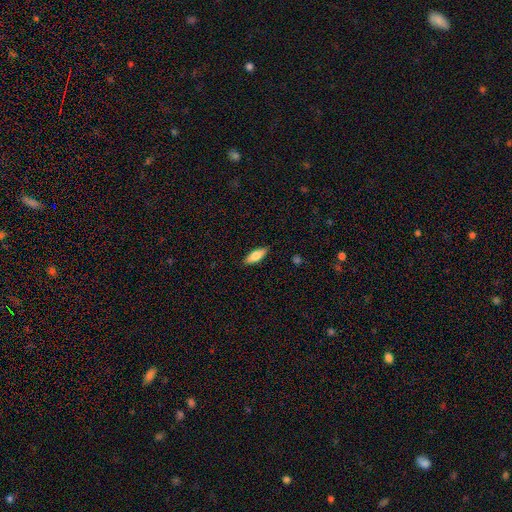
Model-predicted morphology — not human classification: Smooth or featured?
  - smooth: 72% *
  - featured or disk: 21%
  - star or artifact: 6%
How rounded?
  - in between: 69% *
  - cigar-shaped: 29%
  - round: 2%
Merging?
  - none: 87% *
  - minor disturbance: 10%
  - major disturbance: 2%
  - merger: 1%